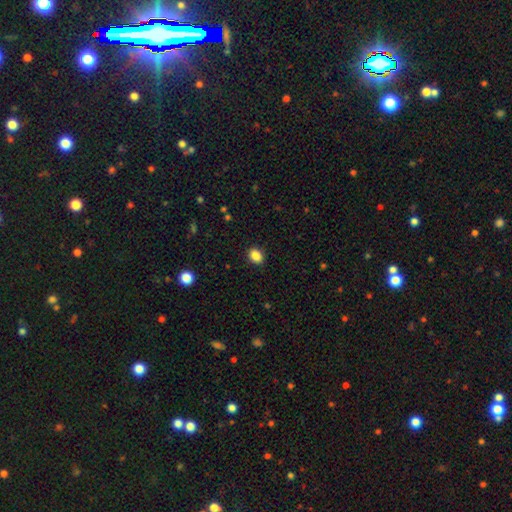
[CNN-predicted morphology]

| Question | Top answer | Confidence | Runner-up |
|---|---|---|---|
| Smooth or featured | smooth | 86% | star or artifact (10%) |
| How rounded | in between | 53% | round (46%) |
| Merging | none | 89% | minor disturbance (8%) |